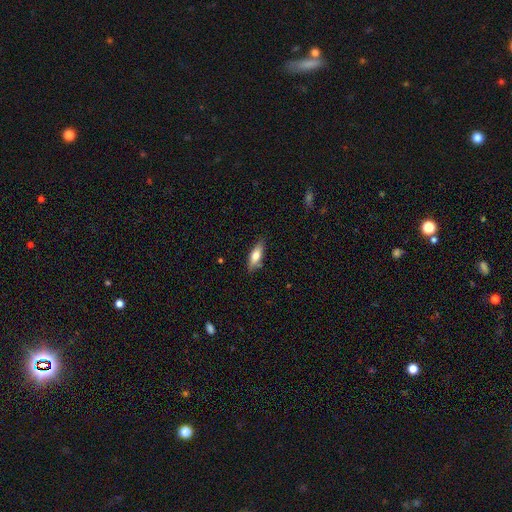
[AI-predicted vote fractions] The model was most divided on "how rounded": in between: 58%, cigar-shaped: 40%, round: 2%. More confident: merging — none (77%); smooth or featured — smooth (68%).